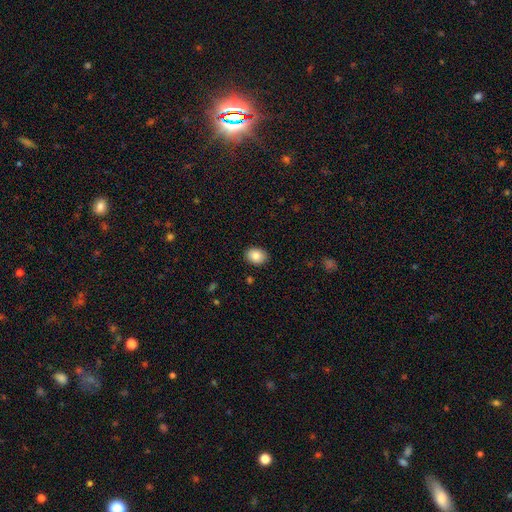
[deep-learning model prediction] Smooth or featured: smooth — 85% (star or artifact — 8%)
How rounded: in between — 56% (round — 43%)
Merging: none — 89% (minor disturbance — 8%)